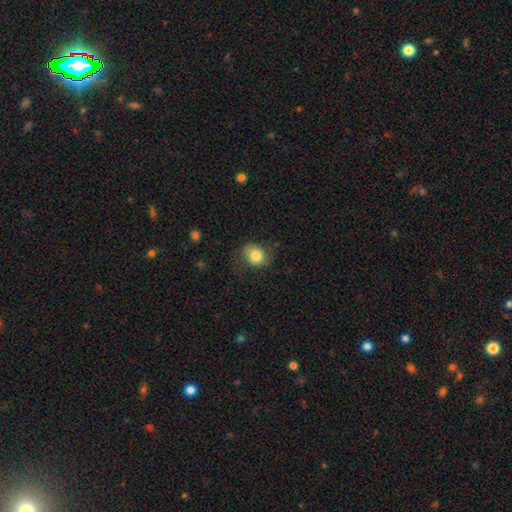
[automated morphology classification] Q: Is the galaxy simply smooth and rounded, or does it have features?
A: smooth — 80%.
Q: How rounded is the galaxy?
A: round — 62%.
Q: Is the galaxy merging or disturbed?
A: none — 66%.